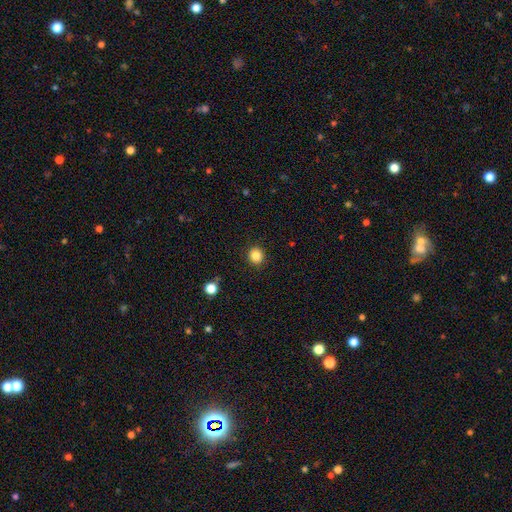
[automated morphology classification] Smooth or featured? Predicted: smooth (p=0.85). How rounded? Predicted: round (p=0.86). Merging? Predicted: none (p=0.91).